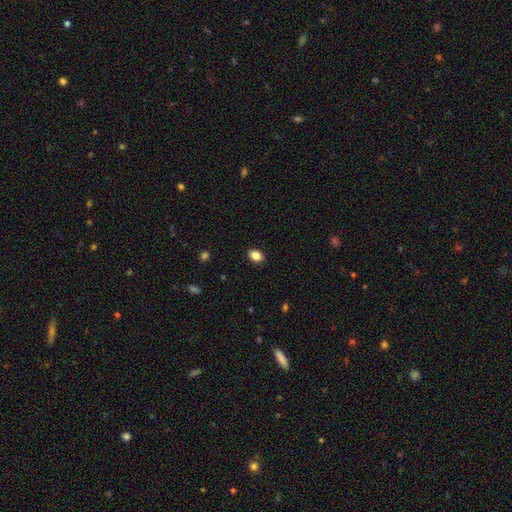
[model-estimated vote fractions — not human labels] Smooth or featured?
  - smooth: 86% *
  - star or artifact: 9%
  - featured or disk: 5%
How rounded?
  - in between: 79% *
  - round: 20%
  - cigar-shaped: 1%
Merging?
  - none: 89% *
  - minor disturbance: 8%
  - major disturbance: 2%
  - merger: 1%